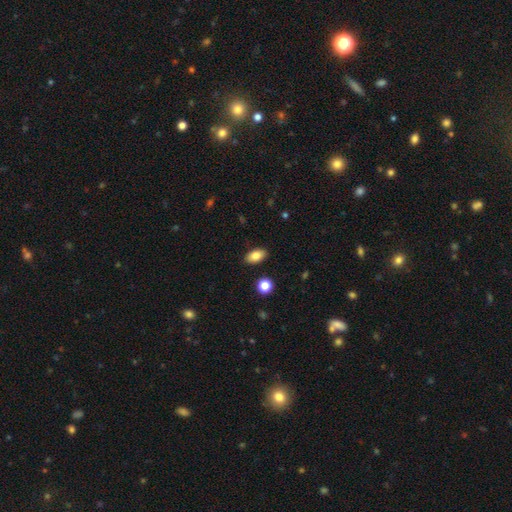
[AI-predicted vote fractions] Smooth or featured: smooth — 83% (featured or disk — 9%)
How rounded: in between — 91% (round — 7%)
Merging: none — 88% (minor disturbance — 8%)